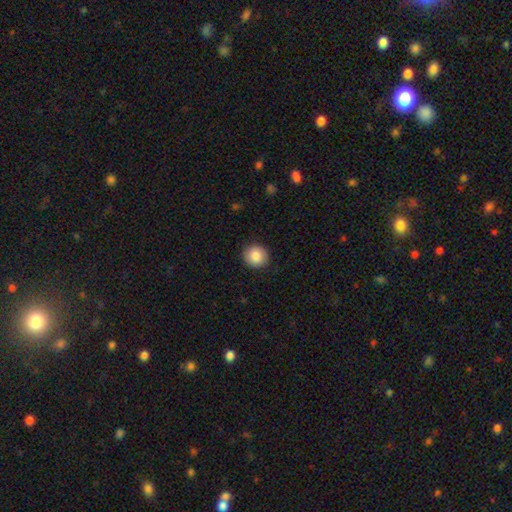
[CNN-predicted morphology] Smooth or featured: smooth — 87% (star or artifact — 8%)
How rounded: round — 90% (in between — 9%)
Merging: none — 90% (minor disturbance — 7%)